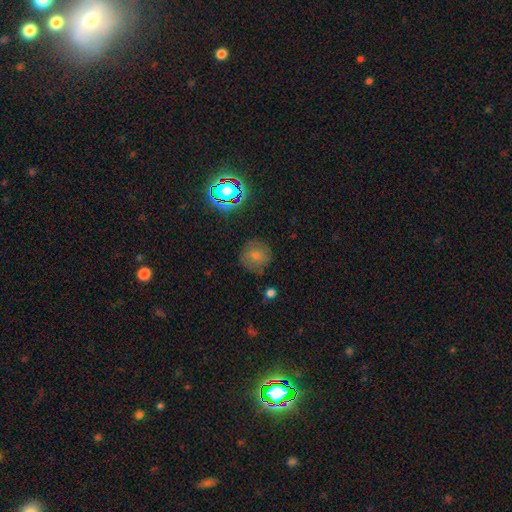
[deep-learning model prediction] This is likely a smooth galaxy (72%). How rounded: clearly round (92%). Merging: clearly none (81%).